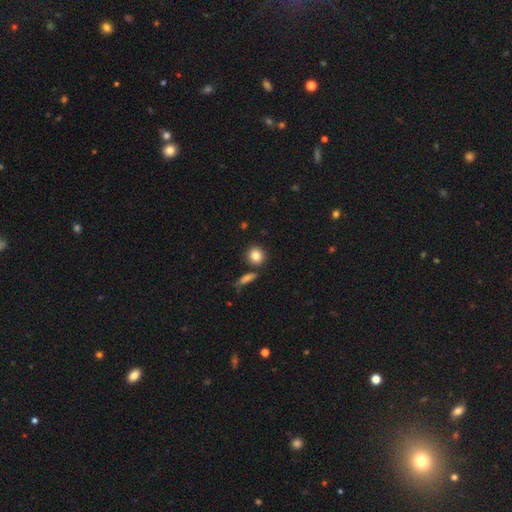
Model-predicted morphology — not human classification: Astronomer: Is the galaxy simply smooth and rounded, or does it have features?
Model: smooth — 83%.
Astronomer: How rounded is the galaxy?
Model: round — 84%.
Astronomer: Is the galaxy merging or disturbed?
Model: none — 81%.